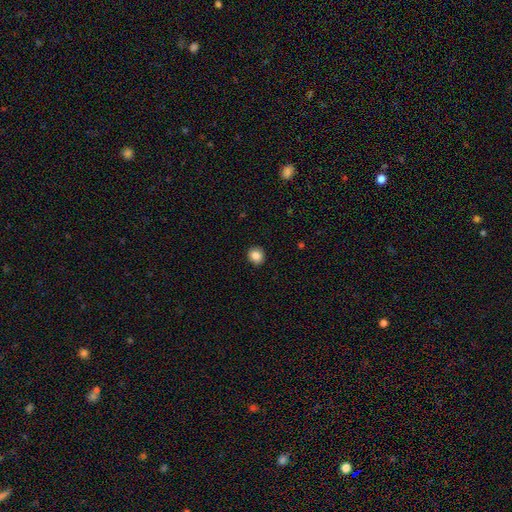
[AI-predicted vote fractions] Morphology: type=smooth (86%); roundness=round (81%); merging=none (90%).